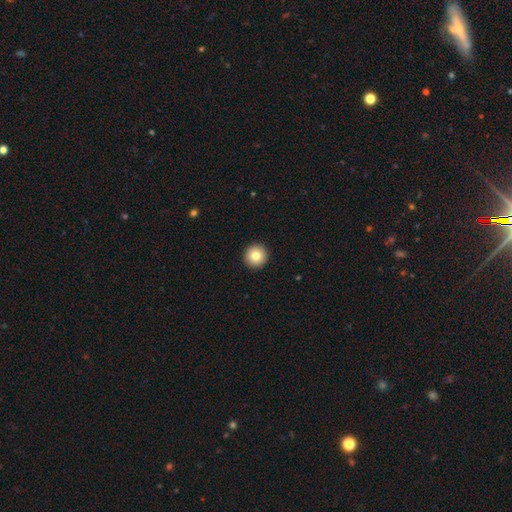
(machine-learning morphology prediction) Smooth or featured? smooth (82%)
How rounded? round (96%)
Merging? none (94%)